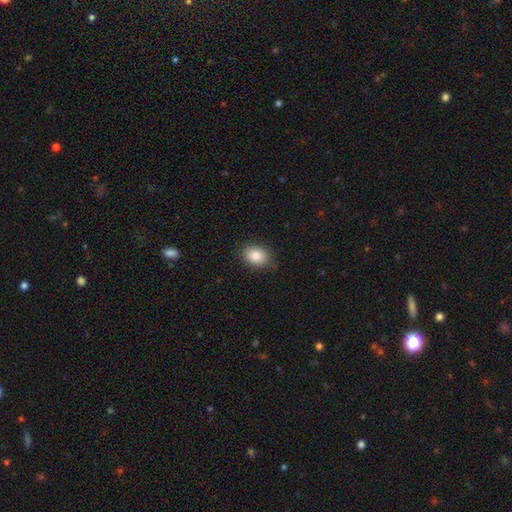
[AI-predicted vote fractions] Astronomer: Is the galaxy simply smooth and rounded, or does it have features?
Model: smooth — 85%.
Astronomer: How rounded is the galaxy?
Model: in between — 66%.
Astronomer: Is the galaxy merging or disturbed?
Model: none — 84%.